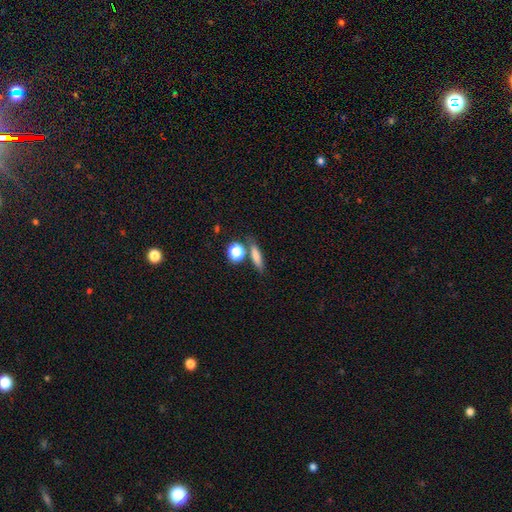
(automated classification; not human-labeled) Smooth or featured: smooth — 76% (featured or disk — 12%)
How rounded: cigar-shaped — 54% (in between — 31%)
Merging: none — 69% (merger — 14%)